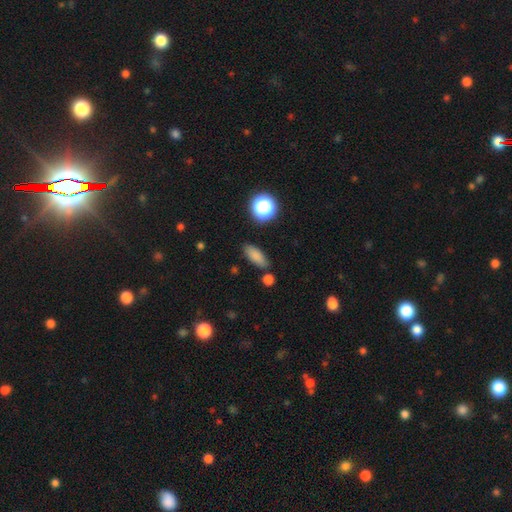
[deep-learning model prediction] This appears to be a smooth galaxy with no disk features (82%) that is in between round and cigar-shaped (72%). Merging: none (81%).